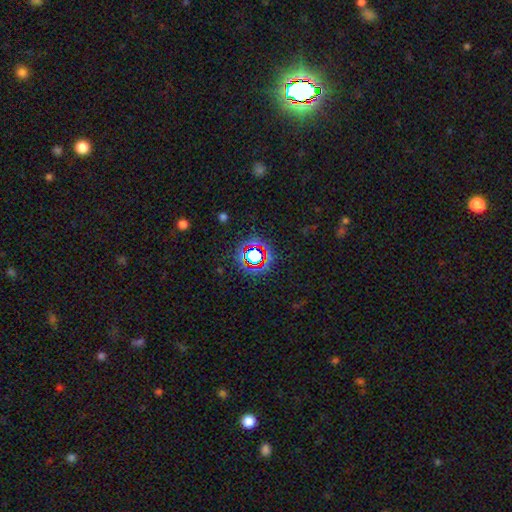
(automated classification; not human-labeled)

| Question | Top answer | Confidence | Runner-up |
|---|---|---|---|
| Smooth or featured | star or artifact | 69% | smooth (20%) |